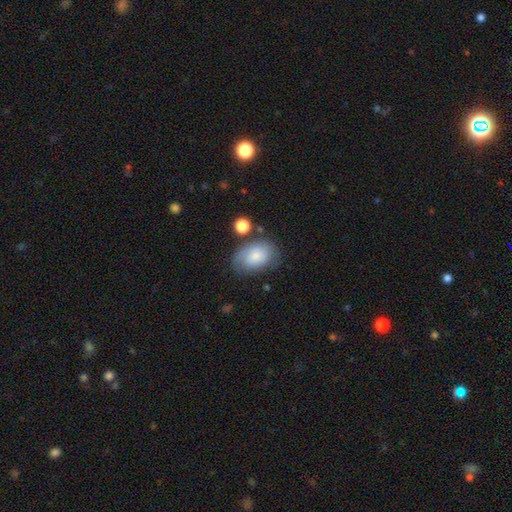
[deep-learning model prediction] This appears to be a smooth galaxy with no disk features (66%) that is in between round and cigar-shaped (82%). Merging: none (63%).